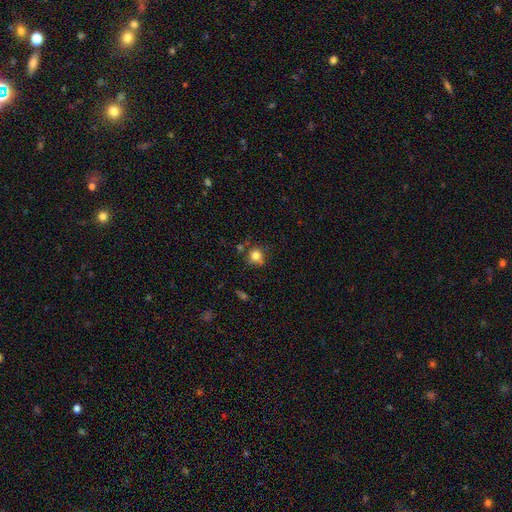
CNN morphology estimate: This appears to be a smooth galaxy with no disk features (80%) that is round (84%). Merging: none (65%).